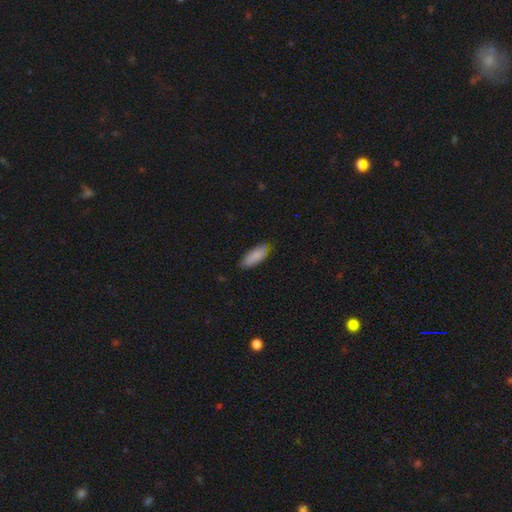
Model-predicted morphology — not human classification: Q: Smooth or featured?
A: smooth (86%); runner-up: featured or disk (8%)
Q: How rounded?
A: in between (77%); runner-up: cigar-shaped (21%)
Q: Merging?
A: none (75%); runner-up: minor disturbance (20%)